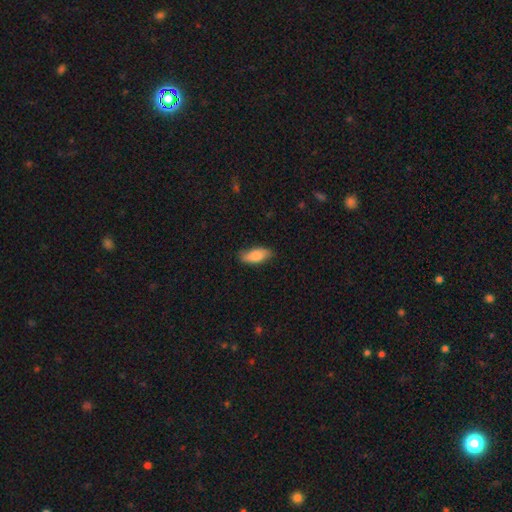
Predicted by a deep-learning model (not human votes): Overall: smooth (82%). How rounded: in between (82%). Merging: none (80%).